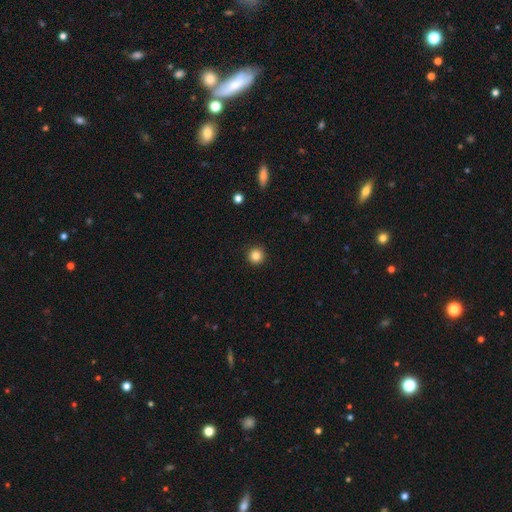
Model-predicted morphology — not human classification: Smooth or featured? Predicted: smooth (p=0.85). How rounded? Predicted: round (p=0.96). Merging? Predicted: none (p=0.93).